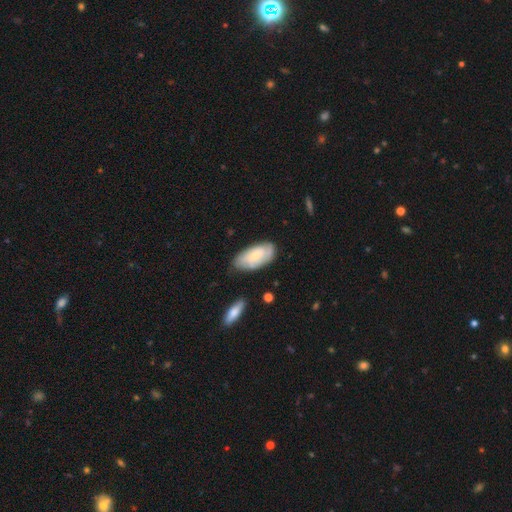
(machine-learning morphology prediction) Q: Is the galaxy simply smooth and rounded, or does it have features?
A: smooth — 58%.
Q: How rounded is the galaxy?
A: in between — 92%.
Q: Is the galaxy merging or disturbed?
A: none — 69%.